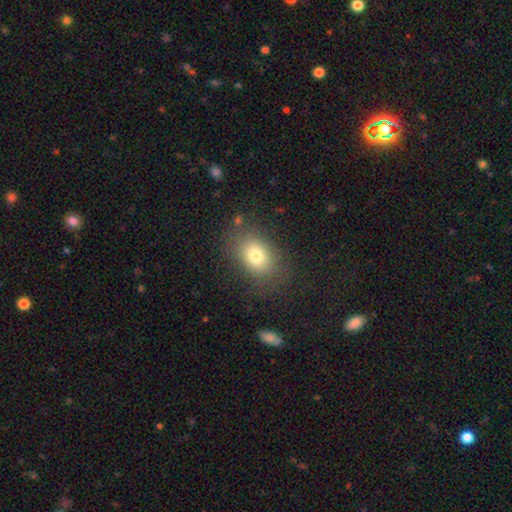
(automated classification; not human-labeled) Smooth or featured? Predicted: smooth (p=0.76). How rounded? Predicted: in between (p=0.71). Merging? Predicted: none (p=0.79).